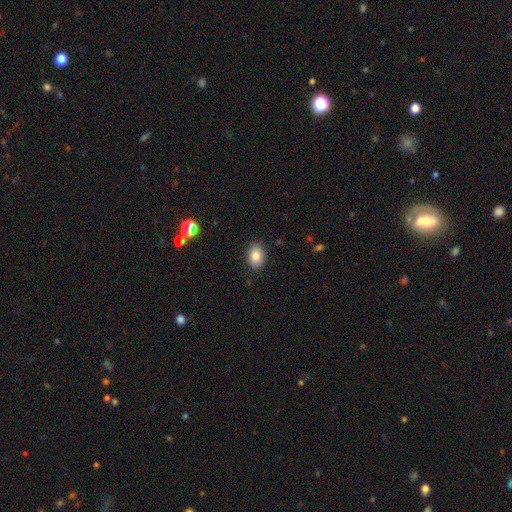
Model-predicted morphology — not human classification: Overall: smooth (85%). How rounded: in between (76%). Merging: none (86%).